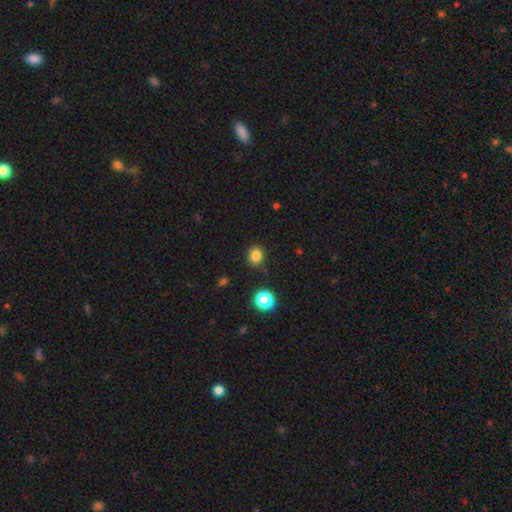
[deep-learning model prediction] This appears to be a smooth galaxy with no disk features (83%) that is round (74%). Merging: none (85%).